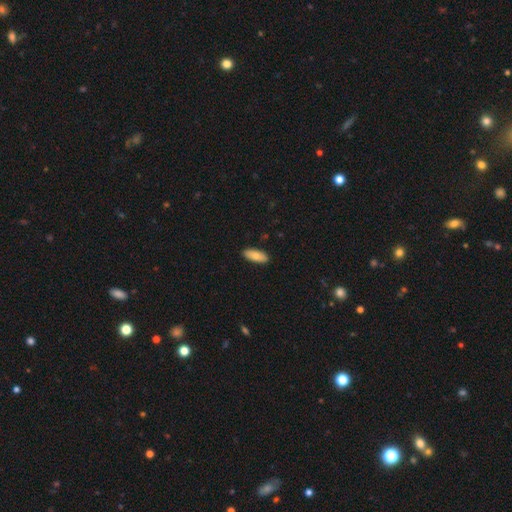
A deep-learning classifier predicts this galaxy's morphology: type=smooth (80%); roundness=in between (80%); merging=none (89%).